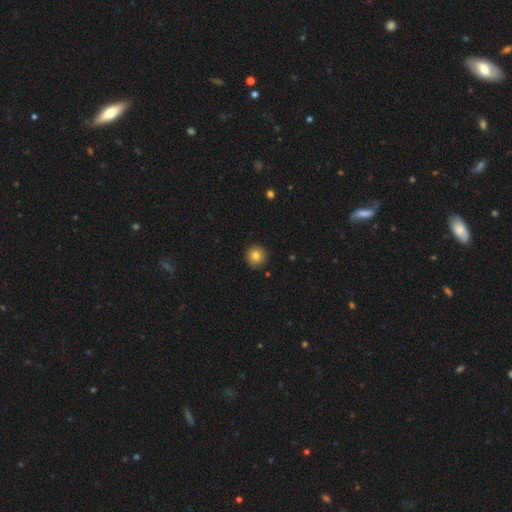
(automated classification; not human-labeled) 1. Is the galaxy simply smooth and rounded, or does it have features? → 79% smooth, 11% featured or disk, 10% star or artifact.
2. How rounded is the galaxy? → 95% round, 4% in between, 1% cigar-shaped.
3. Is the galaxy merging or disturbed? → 91% none, 7% minor disturbance, 2% major disturbance, 1% merger.